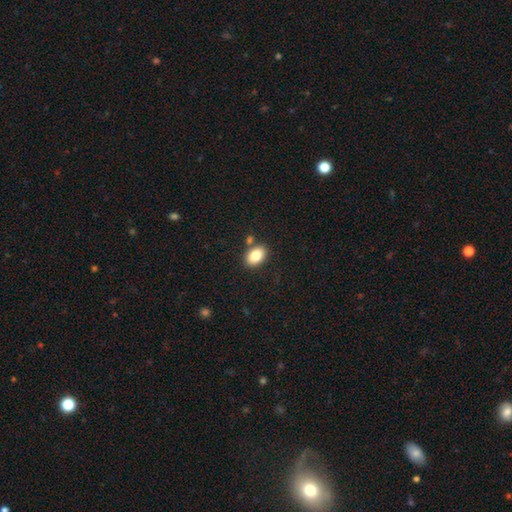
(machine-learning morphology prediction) Smooth or featured? smooth (84%)
How rounded? in between (84%)
Merging? none (80%)